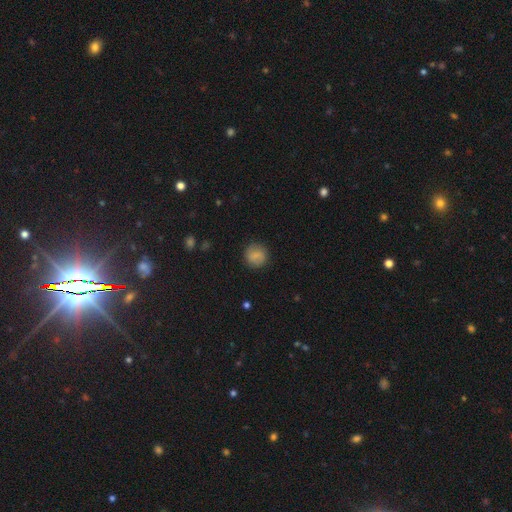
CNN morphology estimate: Overall: smooth (81%). How rounded: round (90%). Merging: none (86%).